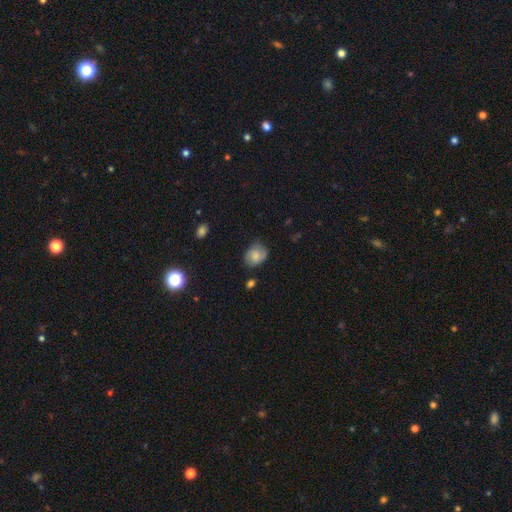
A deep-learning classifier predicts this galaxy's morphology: Smooth or featured? smooth (70%)
How rounded? in between (52%)
Merging? none (69%)